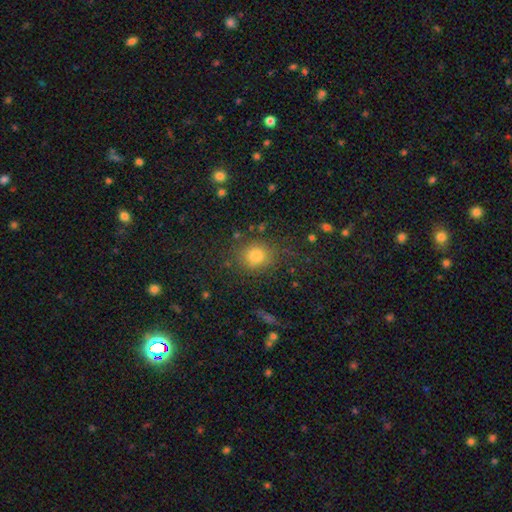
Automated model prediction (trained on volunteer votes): smooth-or-featured: smooth: 78% | star or artifact: 15% | featured or disk: 7%
  how-rounded: round: 79% | in between: 20% | cigar-shaped: 1%
  merging: none: 78% | minor disturbance: 13% | major disturbance: 6% | merger: 3%